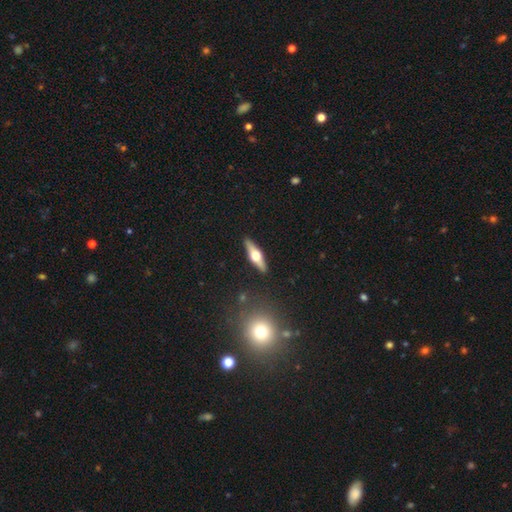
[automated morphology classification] smooth-or-featured: featured or disk: 62% | smooth: 32% | star or artifact: 6%
  disk-edge-on: yes: 94% | no: 6%
    edge-on-bulge: rounded: 95% | boxy: 3% | none: 2%
  merging: none: 90% | minor disturbance: 7% | major disturbance: 2% | merger: 2%